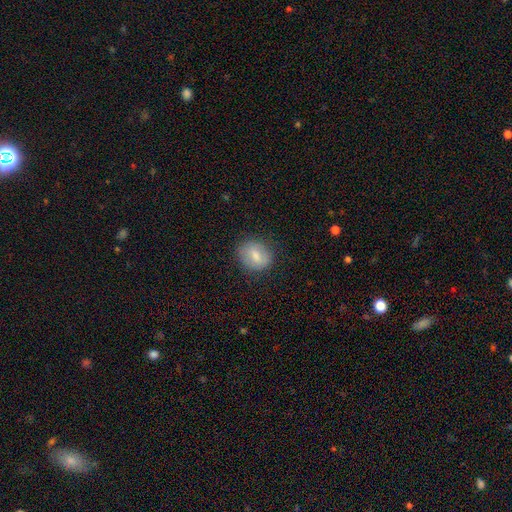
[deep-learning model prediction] The model was most divided on "how rounded": round: 56%, in between: 42%, cigar-shaped: 1%. More confident: merging — none (79%); smooth or featured — smooth (73%).